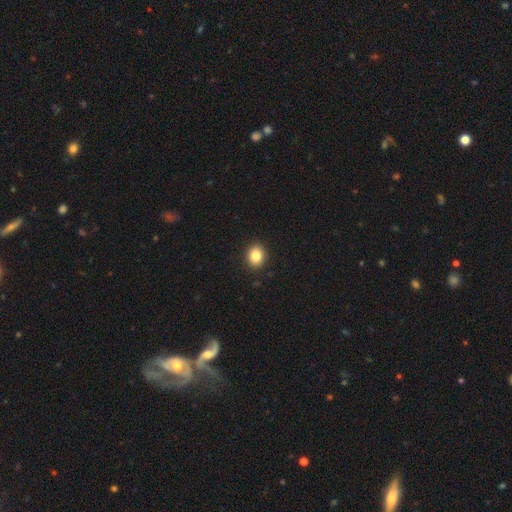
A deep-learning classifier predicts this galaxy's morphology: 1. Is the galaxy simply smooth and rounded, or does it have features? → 85% smooth, 9% star or artifact, 6% featured or disk.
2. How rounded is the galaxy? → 54% round, 45% in between, 1% cigar-shaped.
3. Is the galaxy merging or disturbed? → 91% none, 6% minor disturbance, 2% major disturbance, 1% merger.